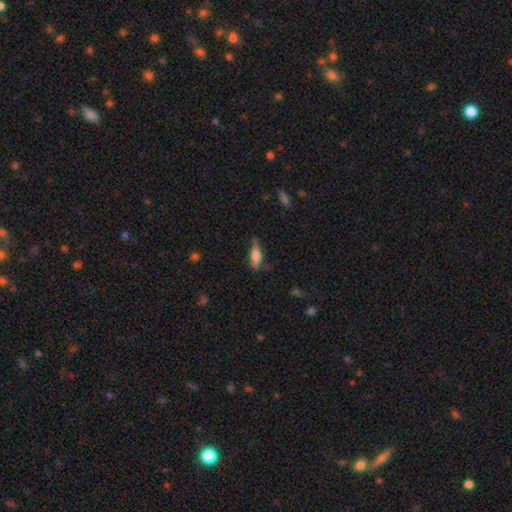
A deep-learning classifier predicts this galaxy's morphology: Smooth or featured?
  - smooth: 70% *
  - featured or disk: 23%
  - star or artifact: 7%
How rounded?
  - in between: 50% *
  - cigar-shaped: 48%
  - round: 2%
Merging?
  - none: 58% *
  - minor disturbance: 31%
  - major disturbance: 8%
  - merger: 3%